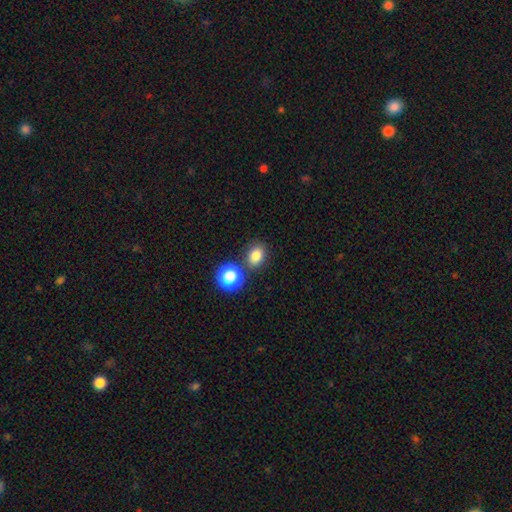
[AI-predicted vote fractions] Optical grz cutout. It shows a smooth galaxy with no disk features (81%) that is in between round and cigar-shaped (55%). Merging: none (73%).